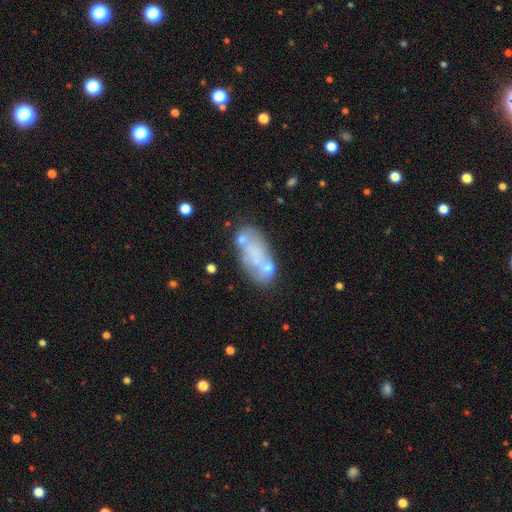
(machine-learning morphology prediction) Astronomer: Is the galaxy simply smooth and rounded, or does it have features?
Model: smooth — 47% (runner-up: featured or disk, 44%).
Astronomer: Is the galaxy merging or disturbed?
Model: none — 50%.